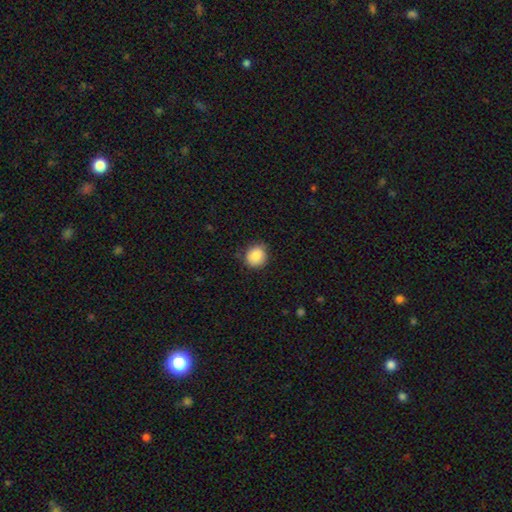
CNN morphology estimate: Smooth or featured: smooth — 87% (star or artifact — 8%)
How rounded: round — 81% (in between — 18%)
Merging: none — 80% (minor disturbance — 16%)